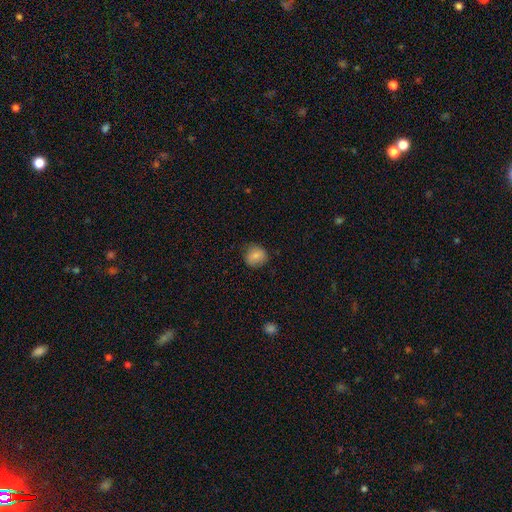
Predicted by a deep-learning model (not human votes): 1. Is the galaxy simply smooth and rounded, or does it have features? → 81% smooth, 9% featured or disk, 9% star or artifact.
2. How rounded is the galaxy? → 80% round, 19% in between, 1% cigar-shaped.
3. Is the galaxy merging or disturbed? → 77% none, 18% minor disturbance, 4% major disturbance, 1% merger.